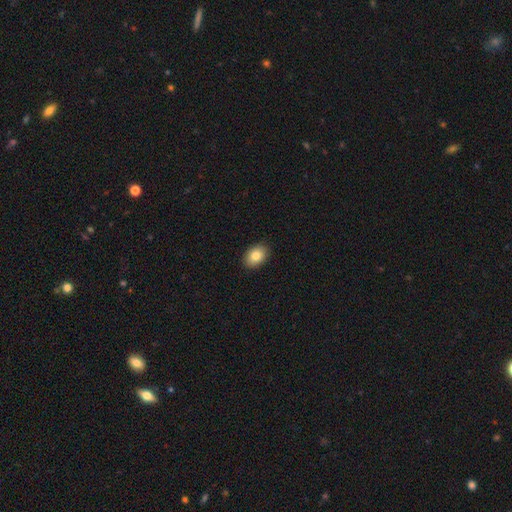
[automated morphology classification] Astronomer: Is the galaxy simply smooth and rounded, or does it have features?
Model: smooth — 83%.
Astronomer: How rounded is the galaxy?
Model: in between — 80%.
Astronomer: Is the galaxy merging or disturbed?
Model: none — 91%.